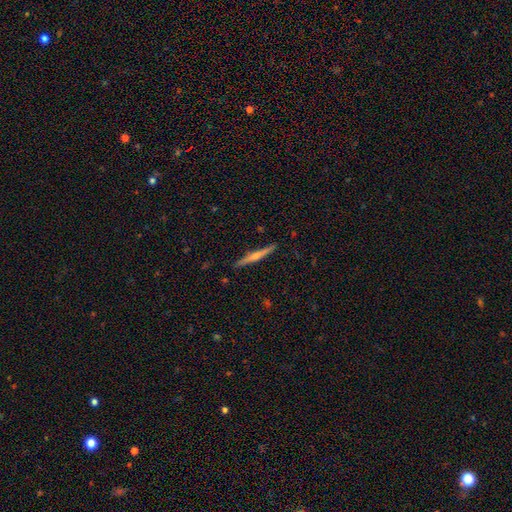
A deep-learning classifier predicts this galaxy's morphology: type=featured or disk (70%); edge-on=yes (98%); edge-on bulge=rounded (79%); merging=none (91%).